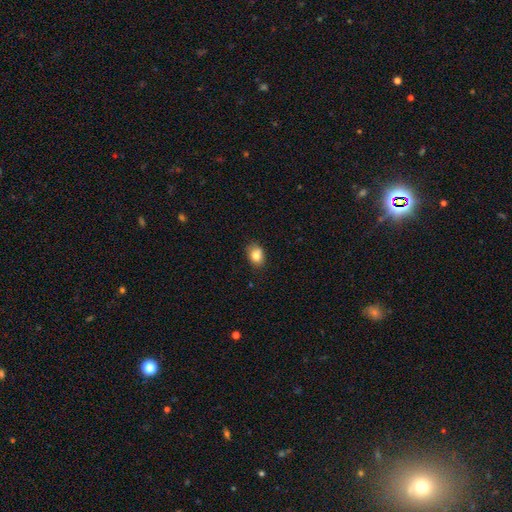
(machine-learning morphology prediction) This is clearly a smooth galaxy (82%). How rounded: likely in between (67%). Merging: likely none (77%).